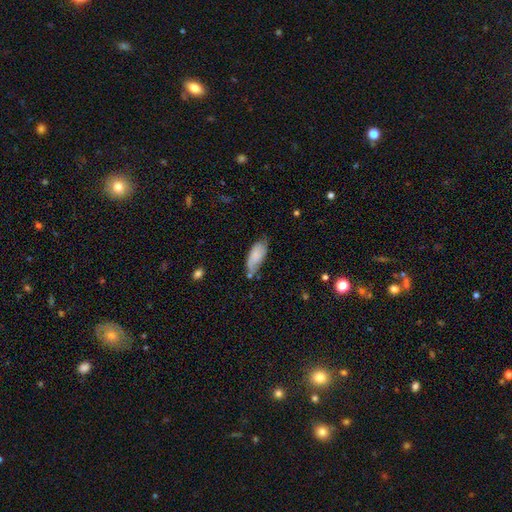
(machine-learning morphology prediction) Smooth or featured: smooth — 76% (featured or disk — 18%)
How rounded: in between — 81% (cigar-shaped — 17%)
Merging: none — 53% (minor disturbance — 33%)